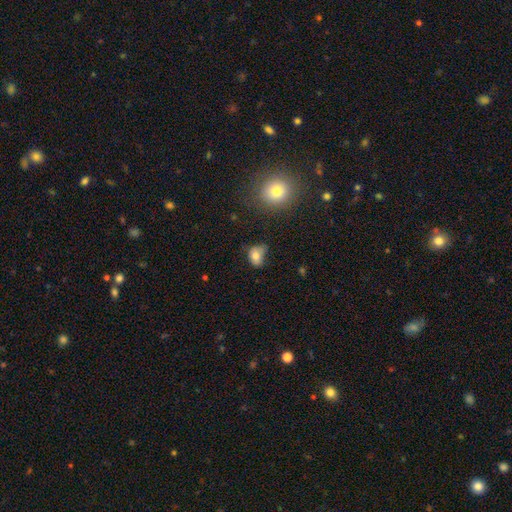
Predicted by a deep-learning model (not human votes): Smooth or featured: smooth — 74% (featured or disk — 15%)
How rounded: in between — 64% (round — 34%)
Merging: none — 38% (minor disturbance — 36%)